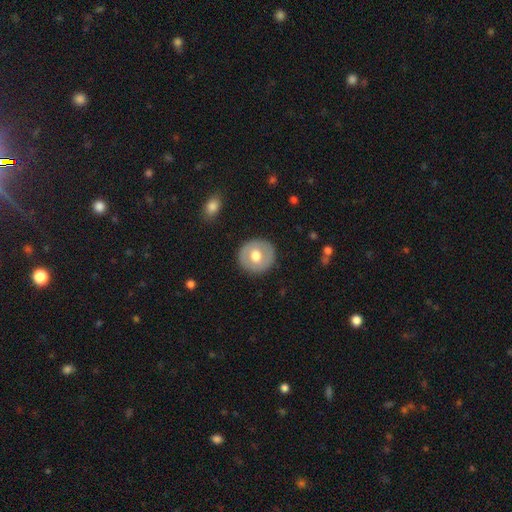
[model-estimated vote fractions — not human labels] Smooth or featured? smooth (59%)
How rounded? round (88%)
Merging? none (88%)